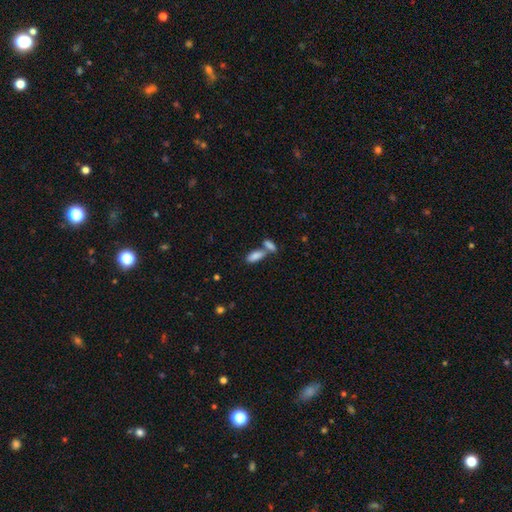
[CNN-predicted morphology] smooth_or_featured: smooth (p=0.84) [alt: featured or disk p=0.09]
how_rounded: in between (p=0.83) [alt: cigar-shaped p=0.14]
merging: merger (p=0.47) [alt: none p=0.41]